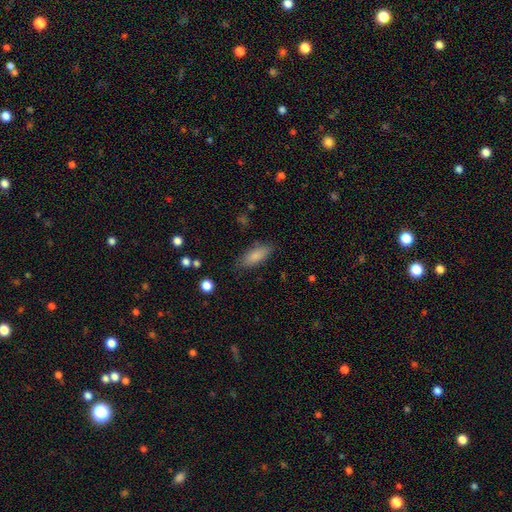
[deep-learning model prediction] smooth 84%, featured or disk 9%, star or artifact 7%. Down the decision tree: how rounded — in between (74%); merging — none (80%).